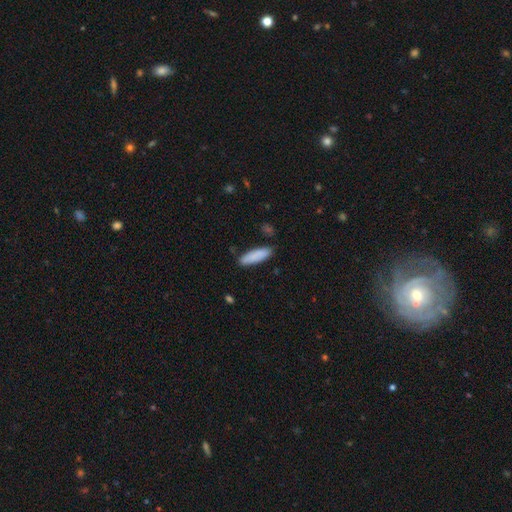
Smooth or featured? smooth (87%)
How rounded? cigar-shaped (52%)
Merging? none (86%)